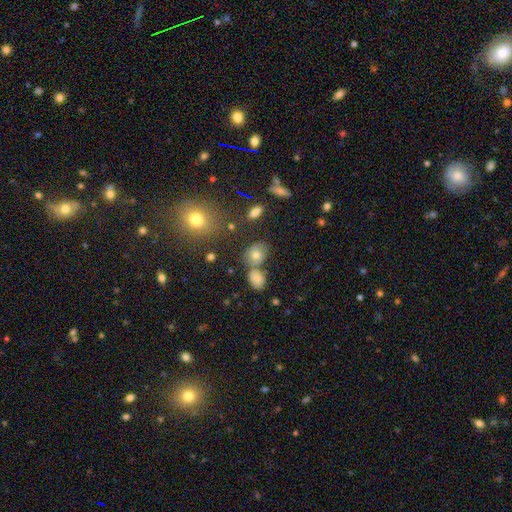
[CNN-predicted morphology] smooth-or-featured: smooth: 62% | star or artifact: 22% | featured or disk: 16%
  how-rounded: in between: 49% | round: 48% | cigar-shaped: 2%
  merging: none: 60% | merger: 23% | minor disturbance: 12% | major disturbance: 5%